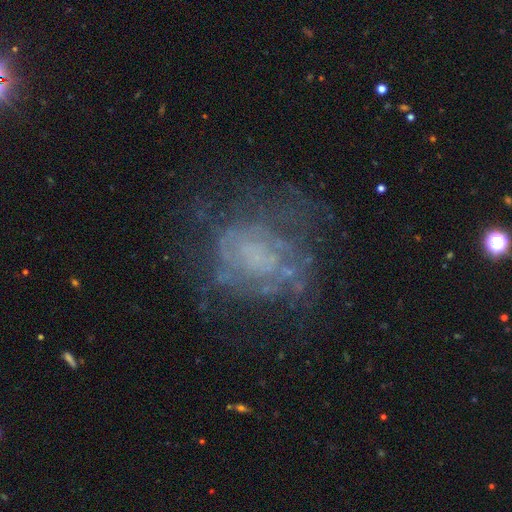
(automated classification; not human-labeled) Smooth or featured?
  - featured or disk: 60% *
  - smooth: 23%
  - star or artifact: 17%
Edge-on disk?
  - no: 98% *
  - yes: 2%
Bar?
  - no: 86% *
  - weak: 11%
  - strong: 3%
Spiral arms?
  - no: 64% *
  - yes: 36%
Bulge size?
  - none: 67% *
  - small: 17%
  - moderate: 10%
  - large: 5%
  - dominant: 2%
Merging?
  - none: 56% *
  - major disturbance: 23%
  - minor disturbance: 18%
  - merger: 3%